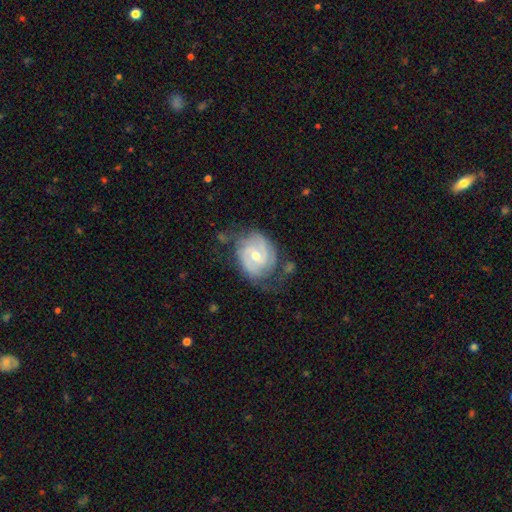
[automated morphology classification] Smooth or featured? Predicted: featured or disk (p=0.84). Edge-on disk? Predicted: no (p=0.98). Bar? Predicted: weak (p=0.46). Spiral arms? Predicted: yes (p=0.95). Spiral winding? Predicted: tight (p=0.62). Spiral arm count? Predicted: 2 (p=0.54). Bulge size? Predicted: moderate (p=0.57). Merging? Predicted: none (p=0.61).